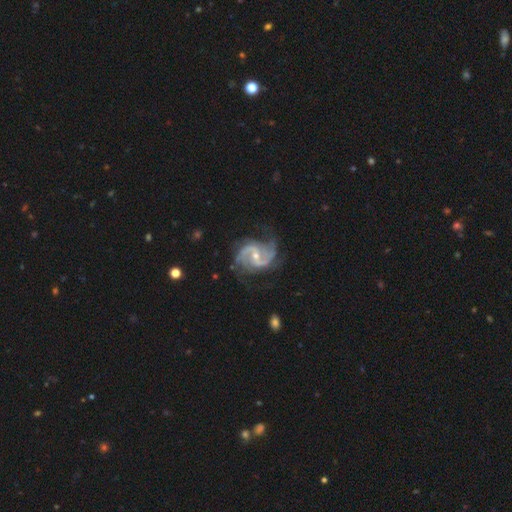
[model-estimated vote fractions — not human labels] Morphology: type=featured or disk (93%); edge-on=no (98%); bar=weak (47%); spiral arms=yes (98%); winding=medium (55%); arm count=2 (80%); bulge=small (56%); merging=none (68%).